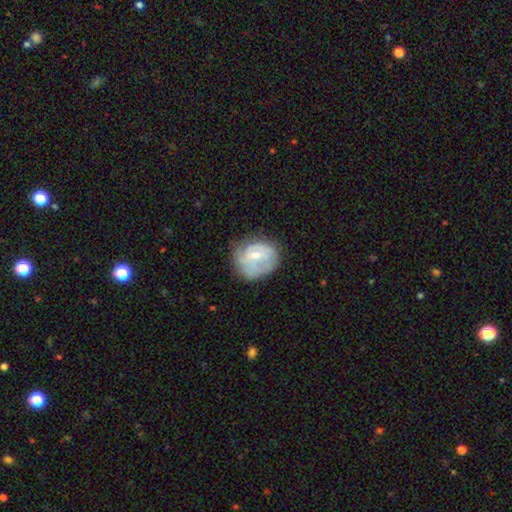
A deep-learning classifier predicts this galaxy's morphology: The model was most divided on "smooth or featured": featured or disk: 47%, smooth: 46%, star or artifact: 7%. More confident: merging — none (51%).